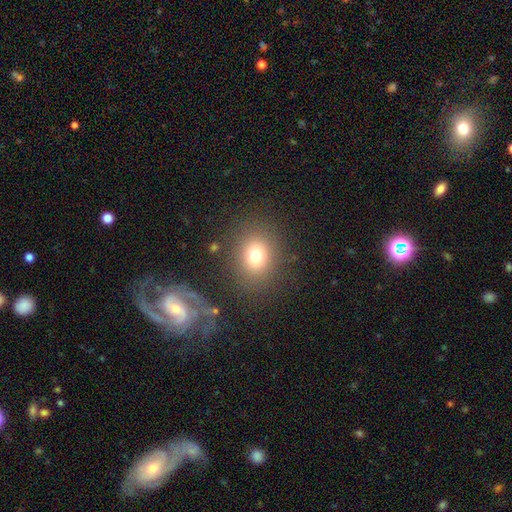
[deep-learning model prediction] A smooth galaxy with no disk features (74%) that is round (65%).

Vote fractions:
- Smooth or featured? smooth: 74% / star or artifact: 16% / featured or disk: 10%
- How rounded? round: 65% / in between: 35% / cigar-shaped: 1%
- Merging? none: 84% / minor disturbance: 9% / major disturbance: 5% / merger: 2%